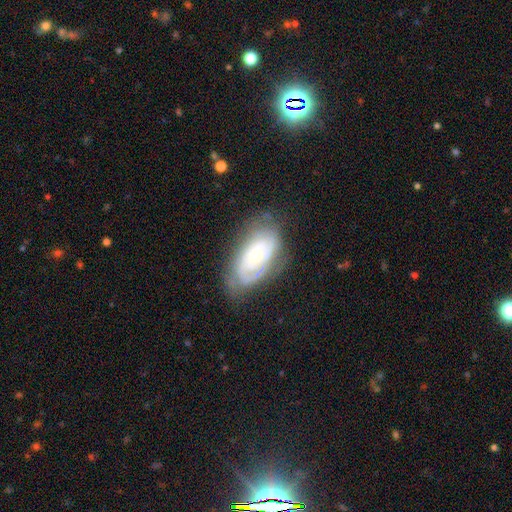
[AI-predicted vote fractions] A featured or disk galaxy (75%) with no bar (81%), tight (73%) spiral arms (77%) and a small central bulge (50%). Merging: none (69%).